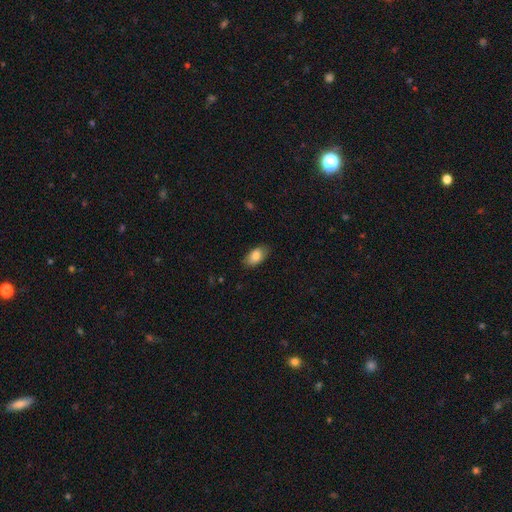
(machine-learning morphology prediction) Smooth or featured: smooth — 84% (featured or disk — 9%)
How rounded: in between — 93% (round — 4%)
Merging: none — 83% (minor disturbance — 13%)